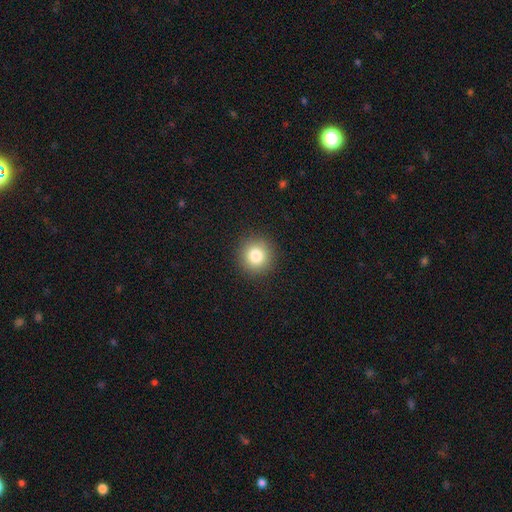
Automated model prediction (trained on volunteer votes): smooth 82%, star or artifact 11%, featured or disk 7%. Down the decision tree: how rounded — round (93%); merging — none (91%).